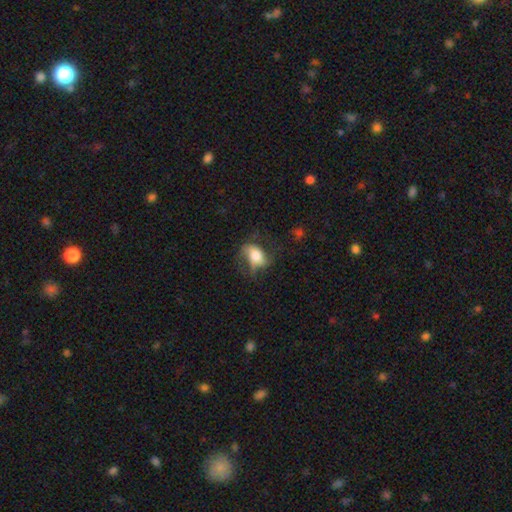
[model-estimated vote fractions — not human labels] This appears to be a smooth galaxy with no disk features (53%) that is in between round and cigar-shaped (80%). Merging: none (47%).